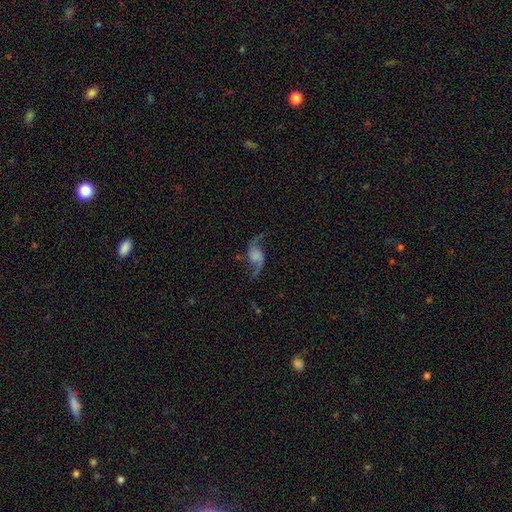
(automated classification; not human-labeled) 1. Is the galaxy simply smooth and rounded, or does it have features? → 86% featured or disk, 7% smooth, 7% star or artifact.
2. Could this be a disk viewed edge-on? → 96% no, 4% yes.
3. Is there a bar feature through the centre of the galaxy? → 63% no, 29% weak, 8% strong.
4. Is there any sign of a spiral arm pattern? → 96% yes, 4% no.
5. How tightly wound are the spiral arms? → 85% loose, 12% medium, 3% tight.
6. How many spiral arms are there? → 94% 2, 2% 1, 1% can't tell, 1% 3, 1% 4, 1% more than 4.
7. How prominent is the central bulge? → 40% none, 21% large, 16% moderate, 16% small, 7% dominant.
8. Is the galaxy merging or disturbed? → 76% none, 13% minor disturbance, 9% major disturbance, 2% merger.